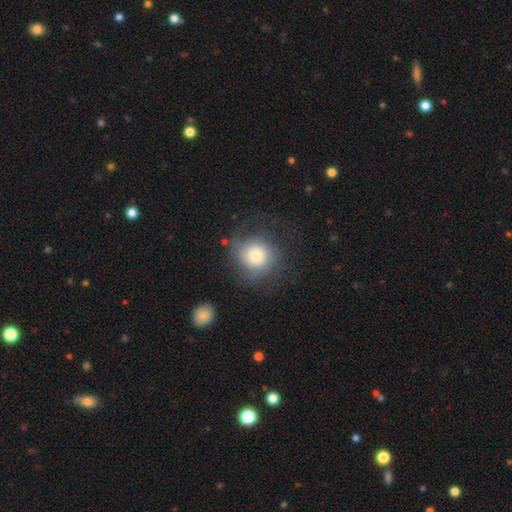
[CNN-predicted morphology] type=smooth (62%); roundness=round (88%); merging=none (63%).